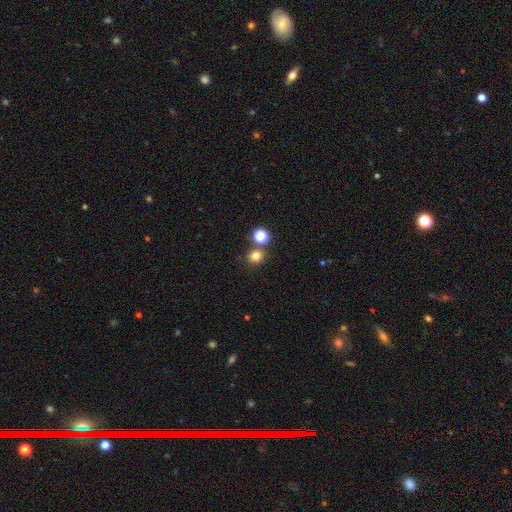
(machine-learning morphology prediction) type=smooth (78%); roundness=round (85%); merging=none (75%).